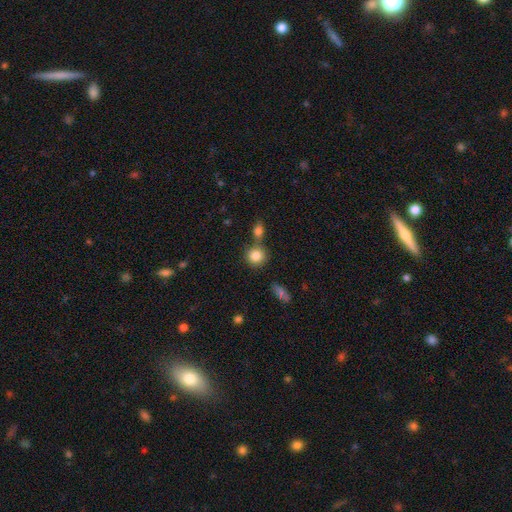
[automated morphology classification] A smooth galaxy with no disk features (84%) that is round (85%).

Vote fractions:
- Smooth or featured? smooth: 84% / star or artifact: 9% / featured or disk: 7%
- How rounded? round: 85% / in between: 14% / cigar-shaped: 1%
- Merging? none: 61% / merger: 26% / minor disturbance: 10% / major disturbance: 3%